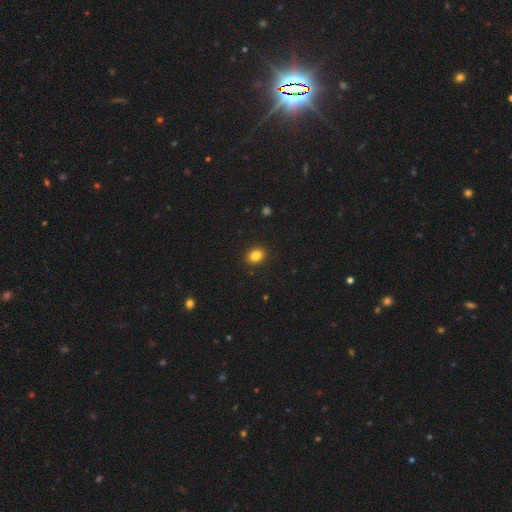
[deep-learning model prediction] smooth-or-featured: smooth: 85% | star or artifact: 10% | featured or disk: 5%
  how-rounded: in between: 58% | round: 41% | cigar-shaped: 1%
  merging: none: 91% | minor disturbance: 7% | major disturbance: 2% | merger: 1%